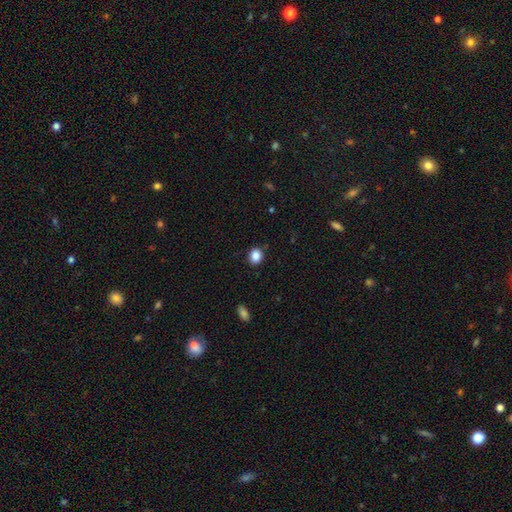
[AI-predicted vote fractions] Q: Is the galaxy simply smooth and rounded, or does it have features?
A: smooth — 87%.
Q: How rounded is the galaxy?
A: round — 61%.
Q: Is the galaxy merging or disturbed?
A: none — 87%.